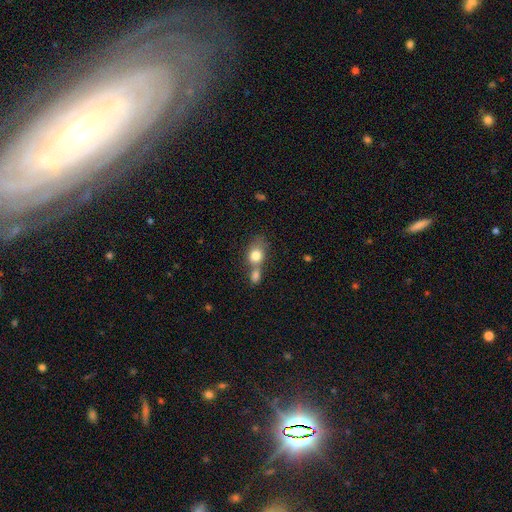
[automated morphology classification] Smooth or featured?
  - smooth: 79% *
  - featured or disk: 12%
  - star or artifact: 9%
How rounded?
  - in between: 50% *
  - round: 48%
  - cigar-shaped: 2%
Merging?
  - merger: 58% *
  - none: 27%
  - minor disturbance: 9%
  - major disturbance: 5%